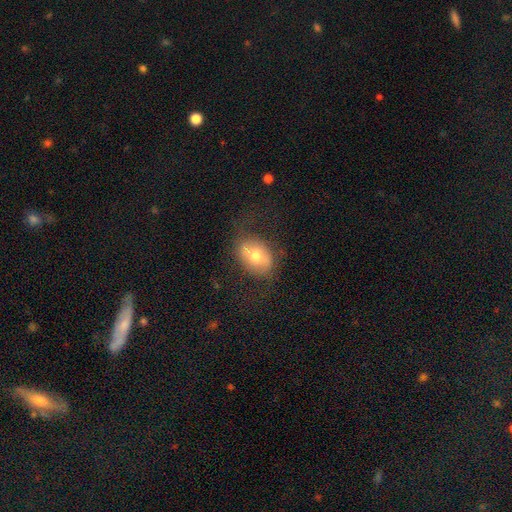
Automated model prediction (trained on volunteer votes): A smooth galaxy with no disk features (53%) that is in between round and cigar-shaped (67%).

Vote fractions:
- Smooth or featured? smooth: 53% / featured or disk: 38% / star or artifact: 8%
- How rounded? in between: 67% / round: 31% / cigar-shaped: 2%
- Merging? none: 68% / minor disturbance: 19% / major disturbance: 11% / merger: 2%